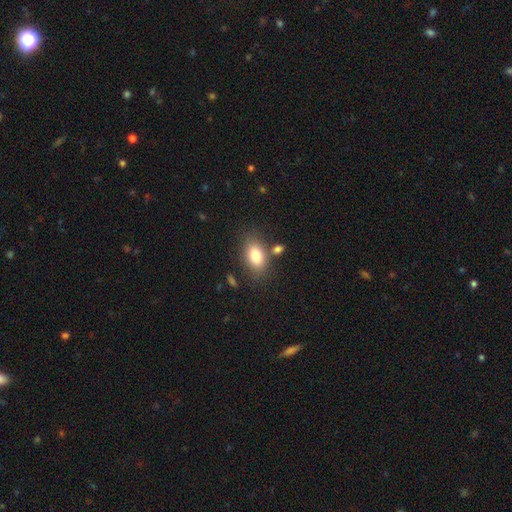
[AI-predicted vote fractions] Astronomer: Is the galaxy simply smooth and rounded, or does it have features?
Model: smooth — 81%.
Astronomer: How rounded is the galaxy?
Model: in between — 87%.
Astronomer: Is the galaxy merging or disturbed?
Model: none — 72%.